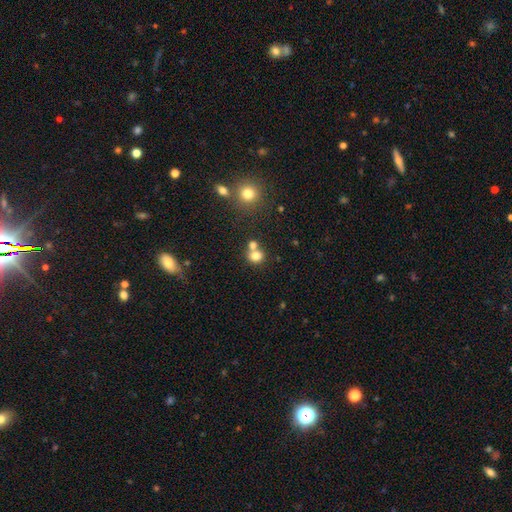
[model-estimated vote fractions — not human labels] smooth 77%, star or artifact 13%, featured or disk 10%. Down the decision tree: how rounded — round (77%); merging — none (45%).